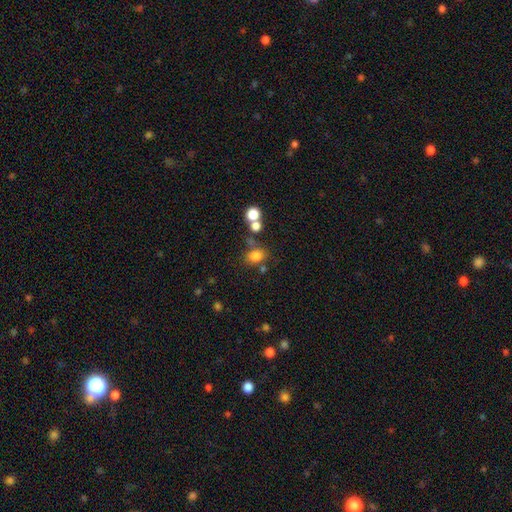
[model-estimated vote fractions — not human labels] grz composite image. It shows a smooth galaxy with no disk features (77%) that is in between round and cigar-shaped (53%). Merging: none (65%).